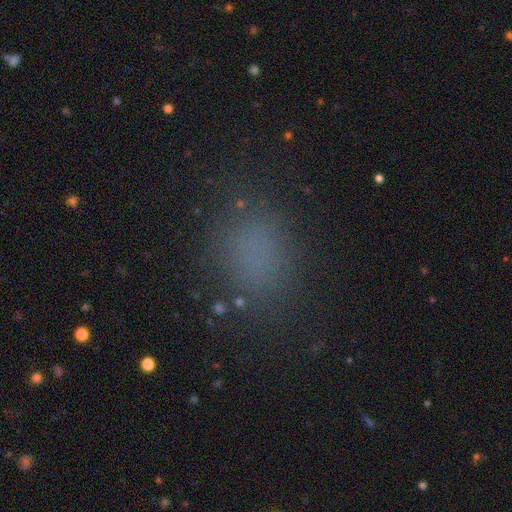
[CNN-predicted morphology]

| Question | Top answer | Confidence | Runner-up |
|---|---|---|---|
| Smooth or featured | smooth | 73% | star or artifact (20%) |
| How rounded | in between | 61% | round (37%) |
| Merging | none | 82% | minor disturbance (12%) |